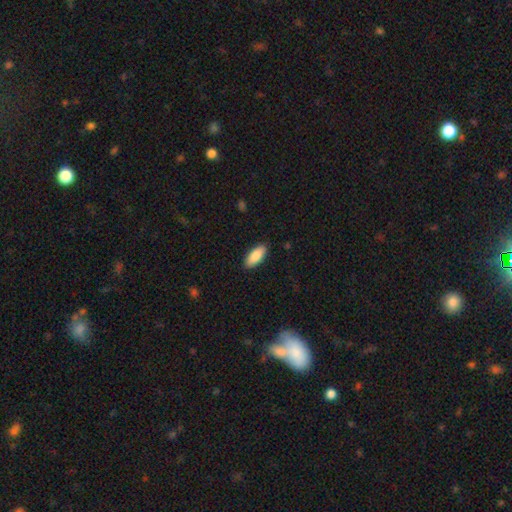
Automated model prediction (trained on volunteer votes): Overall: smooth (87%). How rounded: in between (84%). Merging: none (89%).